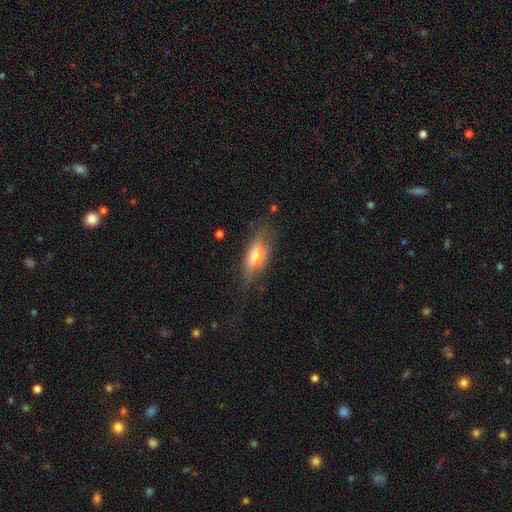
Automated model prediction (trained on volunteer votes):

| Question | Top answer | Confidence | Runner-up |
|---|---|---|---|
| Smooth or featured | smooth | 54% | featured or disk (38%) |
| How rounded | in between | 65% | cigar-shaped (31%) |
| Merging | none | 62% | minor disturbance (25%) |